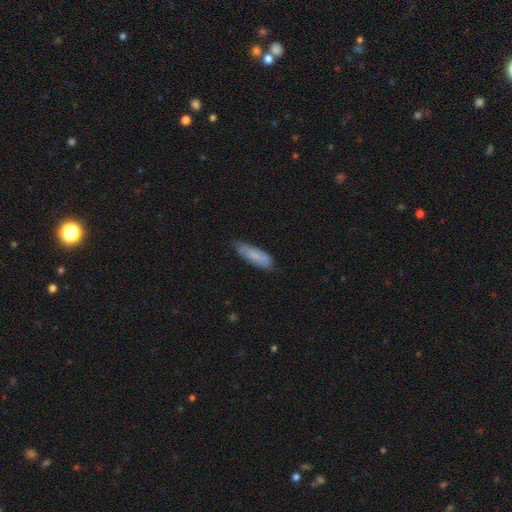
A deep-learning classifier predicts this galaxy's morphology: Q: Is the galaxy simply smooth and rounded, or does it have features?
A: smooth — 75%.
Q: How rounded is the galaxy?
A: cigar-shaped — 50%.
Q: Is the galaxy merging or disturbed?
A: none — 72%.